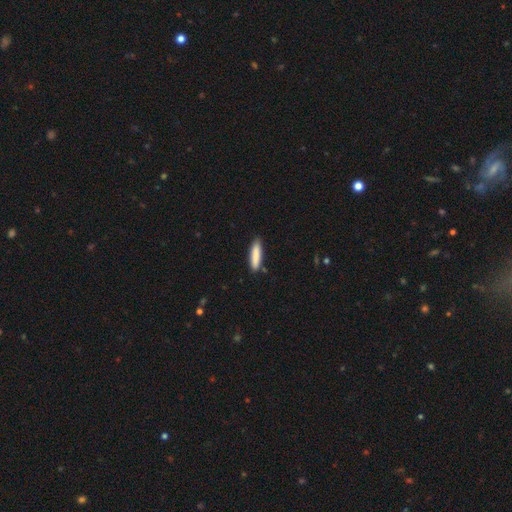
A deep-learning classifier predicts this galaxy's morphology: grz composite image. It shows a smooth galaxy with no disk features (86%) that is cigar-shaped (78%). Merging: none (86%).